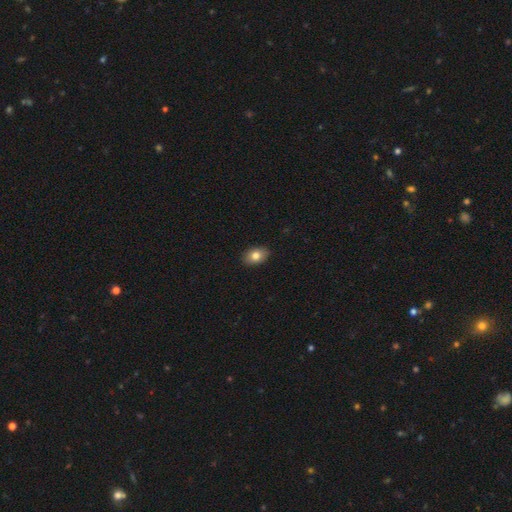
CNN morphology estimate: Q: Smooth or featured?
A: smooth (81%); runner-up: featured or disk (11%)
Q: How rounded?
A: in between (82%); runner-up: round (16%)
Q: Merging?
A: none (90%); runner-up: minor disturbance (8%)